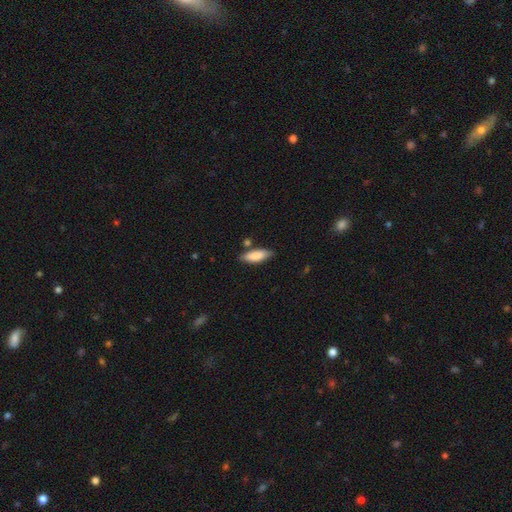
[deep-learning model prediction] Q: Smooth or featured?
A: smooth (84%); runner-up: featured or disk (10%)
Q: How rounded?
A: in between (65%); runner-up: cigar-shaped (33%)
Q: Merging?
A: none (77%); runner-up: minor disturbance (14%)